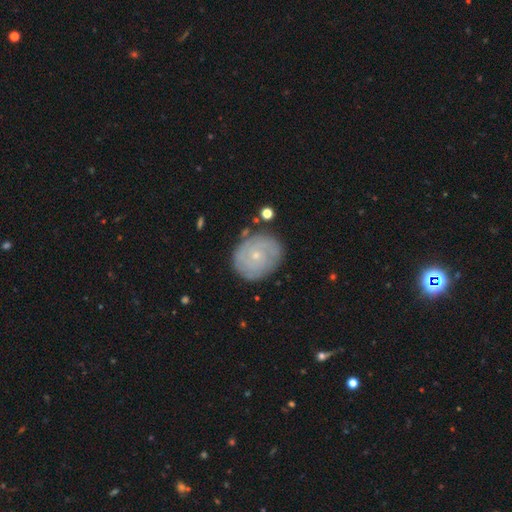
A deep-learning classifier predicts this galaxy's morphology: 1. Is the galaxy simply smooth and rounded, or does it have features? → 66% featured or disk, 26% smooth, 7% star or artifact.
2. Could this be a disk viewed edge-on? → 97% no, 3% yes.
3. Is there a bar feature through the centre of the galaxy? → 84% no, 13% weak, 2% strong.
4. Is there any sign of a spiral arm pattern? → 83% yes, 17% no.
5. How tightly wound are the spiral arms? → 77% tight, 18% medium, 6% loose.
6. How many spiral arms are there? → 46% can't tell, 22% 2, 14% 3, 8% 4, 5% 1, 5% more than 4.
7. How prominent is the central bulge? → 82% small, 14% moderate, 1% none, 1% large, 1% dominant.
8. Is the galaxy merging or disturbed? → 80% none, 14% minor disturbance, 4% major disturbance, 2% merger.